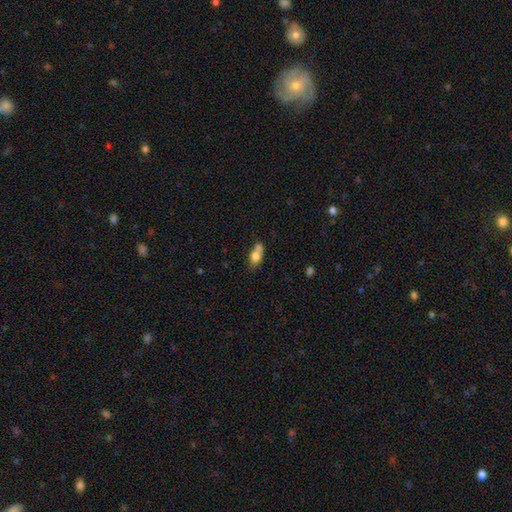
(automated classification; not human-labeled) A smooth galaxy with no disk features (74%) that is in between round and cigar-shaped (74%).

Vote fractions:
- Smooth or featured? smooth: 74% / featured or disk: 17% / star or artifact: 9%
- How rounded? in between: 74% / round: 16% / cigar-shaped: 10%
- Merging? merger: 41% / none: 36% / minor disturbance: 16% / major disturbance: 7%